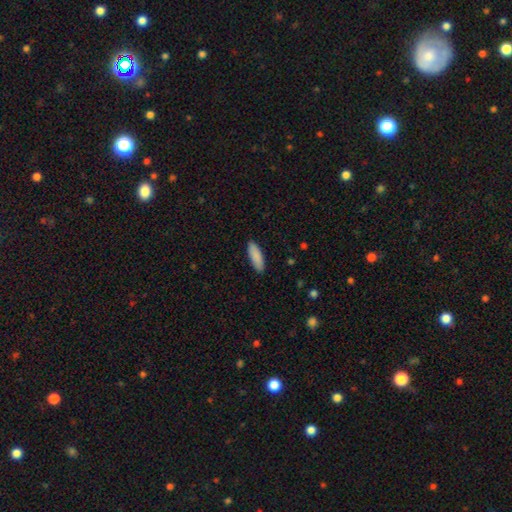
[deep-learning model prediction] A smooth galaxy with no disk features (89%) that is in between round and cigar-shaped (56%).

Vote fractions:
- Smooth or featured? smooth: 89% / star or artifact: 5% / featured or disk: 5%
- How rounded? in between: 56% / cigar-shaped: 43% / round: 2%
- Merging? none: 89% / minor disturbance: 8% / major disturbance: 2% / merger: 1%